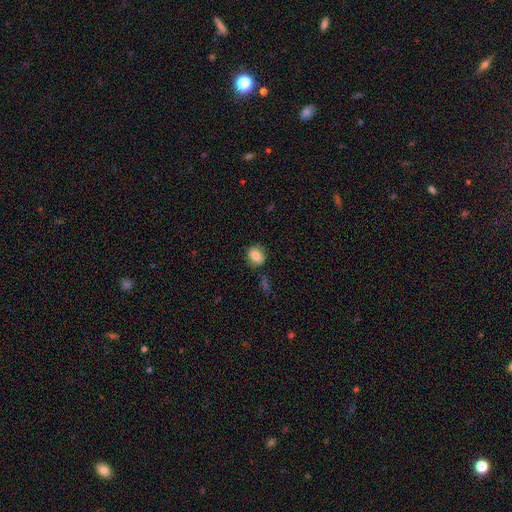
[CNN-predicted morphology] This appears to be a smooth galaxy with no disk features (76%) that is round (54%). Merging: none (77%).